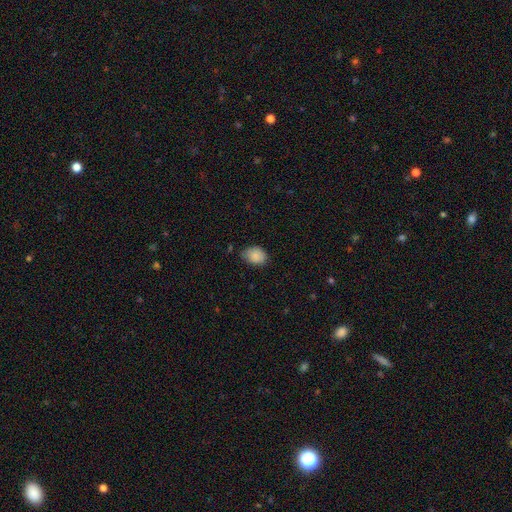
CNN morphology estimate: Q: Smooth or featured?
A: smooth (87%); runner-up: star or artifact (8%)
Q: How rounded?
A: in between (69%); runner-up: round (30%)
Q: Merging?
A: none (65%); runner-up: minor disturbance (29%)